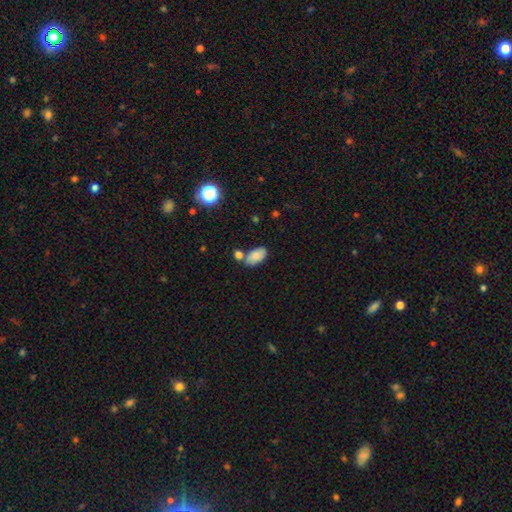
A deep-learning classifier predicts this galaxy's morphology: This is clearly a smooth galaxy (83%). How rounded: clearly in between (94%). Merging: possibly none (57%).